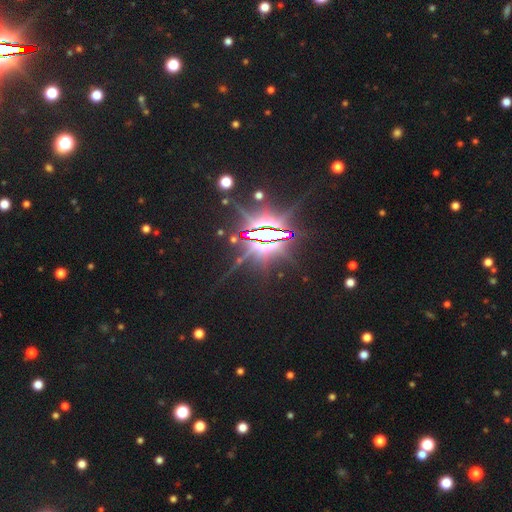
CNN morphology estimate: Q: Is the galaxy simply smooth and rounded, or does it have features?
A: star or artifact — 87%.